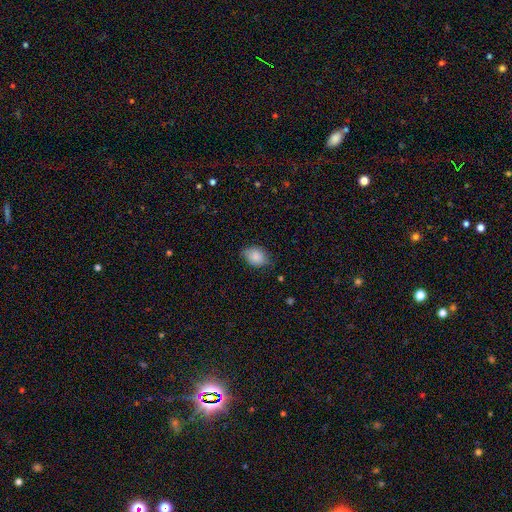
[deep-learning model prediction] smooth-or-featured: smooth: 85% | featured or disk: 8% | star or artifact: 7%
  how-rounded: in between: 78% | round: 21% | cigar-shaped: 1%
  merging: none: 68% | minor disturbance: 27% | major disturbance: 4% | merger: 1%